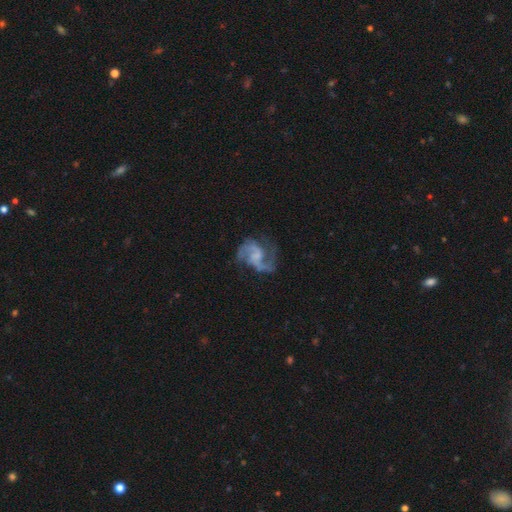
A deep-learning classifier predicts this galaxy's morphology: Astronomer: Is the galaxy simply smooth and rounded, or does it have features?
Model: featured or disk — 88%.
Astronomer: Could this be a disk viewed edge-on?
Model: no — 98%.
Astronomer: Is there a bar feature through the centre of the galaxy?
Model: no — 47% (runner-up: weak, 44%).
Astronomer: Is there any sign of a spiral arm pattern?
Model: yes — 96%.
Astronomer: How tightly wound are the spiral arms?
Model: medium — 52% (runner-up: loose, 36%).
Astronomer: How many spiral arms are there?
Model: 2 — 86%.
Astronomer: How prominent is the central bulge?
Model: none — 39% (runner-up: small, 36%).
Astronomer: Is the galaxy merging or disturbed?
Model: none — 64%.